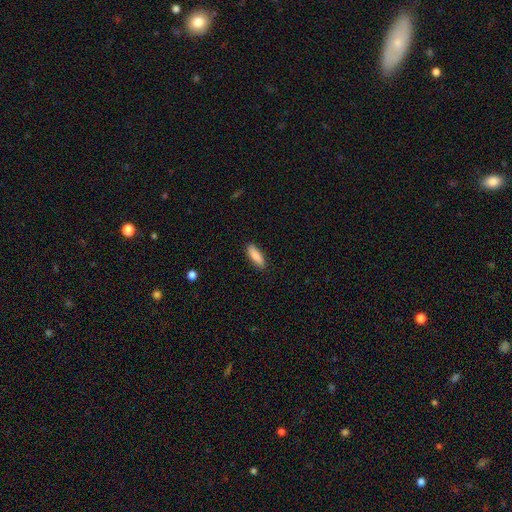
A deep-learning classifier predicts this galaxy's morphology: A smooth galaxy with no disk features (86%) that is in between round and cigar-shaped (50%). Merging: none (89%).